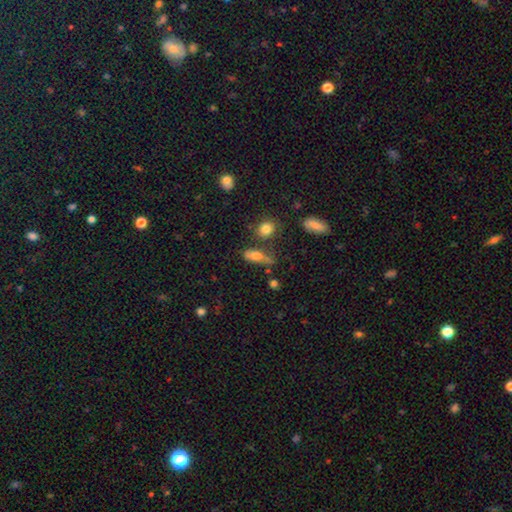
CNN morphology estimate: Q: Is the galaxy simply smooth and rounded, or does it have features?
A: smooth — 71%.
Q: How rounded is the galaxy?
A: in between — 62%.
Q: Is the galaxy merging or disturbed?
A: none — 48%.